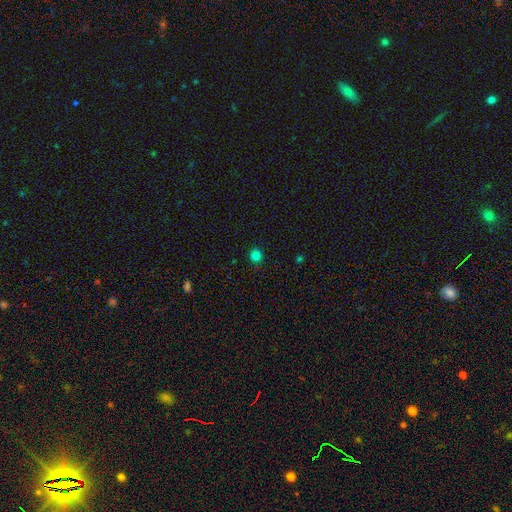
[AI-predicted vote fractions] smooth-or-featured: smooth: 82% | star or artifact: 15% | featured or disk: 3%
  how-rounded: round: 93% | in between: 6% | cigar-shaped: 1%
  merging: none: 92% | minor disturbance: 5% | major disturbance: 2% | merger: 1%